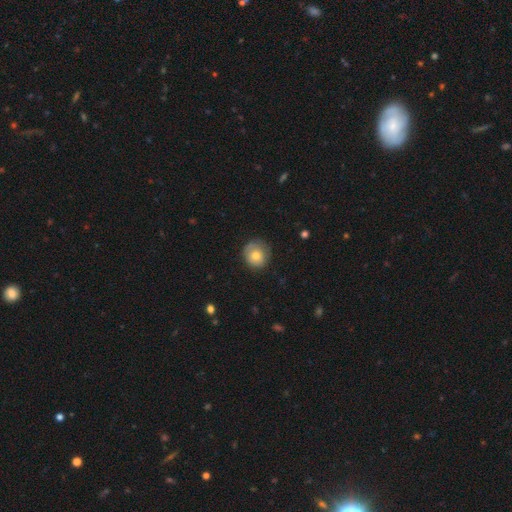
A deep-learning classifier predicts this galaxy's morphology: Smooth or featured? smooth (73%)
How rounded? round (87%)
Merging? none (76%)